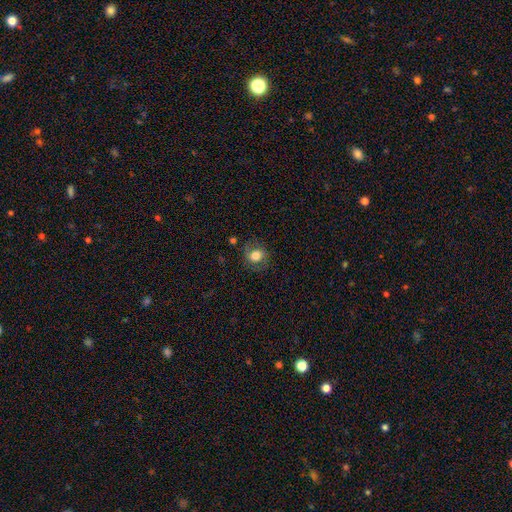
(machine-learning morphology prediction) Smooth or featured: smooth — 68% (featured or disk — 22%)
How rounded: round — 68% (in between — 31%)
Merging: none — 73% (minor disturbance — 18%)